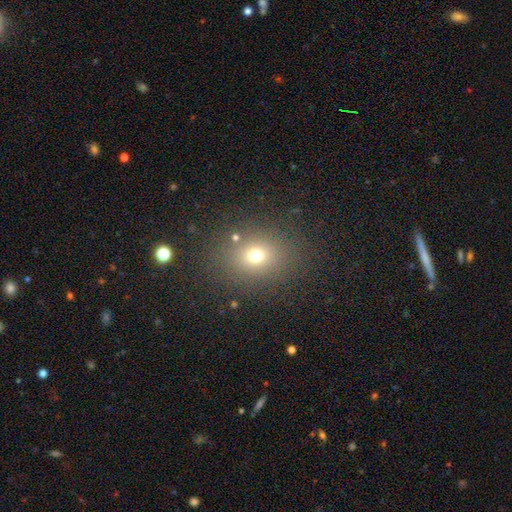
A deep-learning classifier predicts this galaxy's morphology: A smooth galaxy with no disk features (68%) that is round (67%). Merging: none (82%).